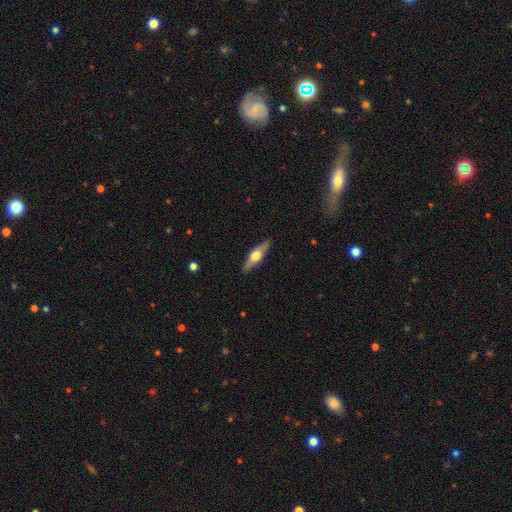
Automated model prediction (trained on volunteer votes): smooth_or_featured: featured or disk (p=0.57) [alt: smooth p=0.37]
disk_edge_on: yes (p=0.92) [alt: no p=0.08]
edge_on_bulge: rounded (p=0.94) [alt: boxy p=0.04]
merging: none (p=0.89) [alt: minor disturbance p=0.09]